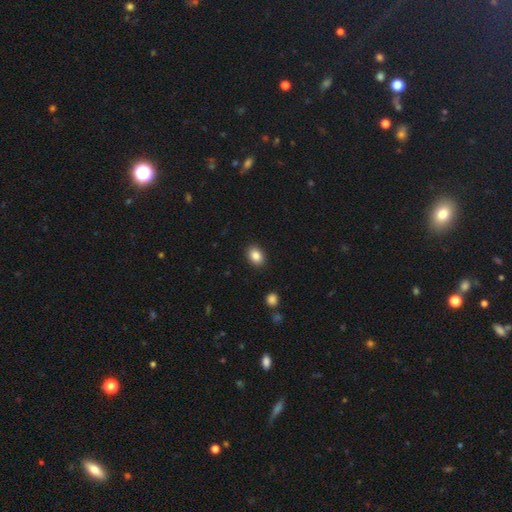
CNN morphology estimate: Smooth or featured: smooth — 86% (star or artifact — 9%)
How rounded: in between — 73% (round — 26%)
Merging: none — 90% (minor disturbance — 7%)